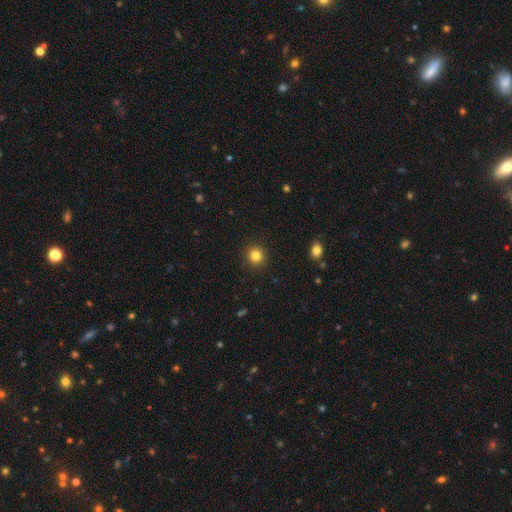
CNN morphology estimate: Overall: smooth (83%). How rounded: round (93%). Merging: none (92%).